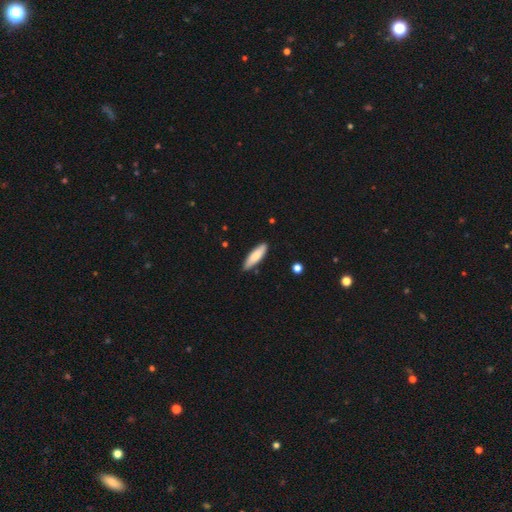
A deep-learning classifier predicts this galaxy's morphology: smooth-or-featured: smooth: 80% | featured or disk: 15% | star or artifact: 6%
  how-rounded: cigar-shaped: 60% | in between: 38% | round: 1%
  merging: none: 85% | minor disturbance: 12% | major disturbance: 2% | merger: 2%